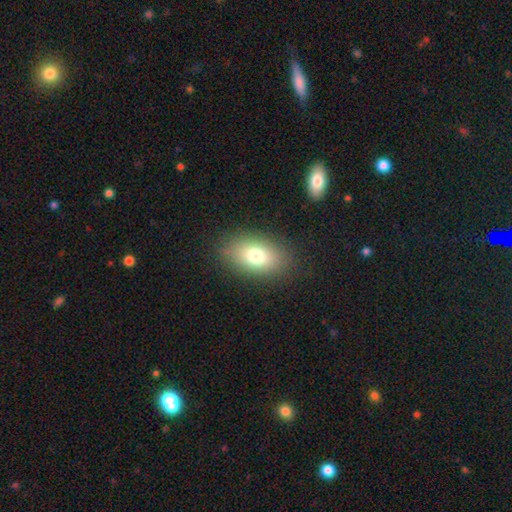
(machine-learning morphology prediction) Smooth or featured? smooth (75%)
How rounded? in between (85%)
Merging? none (85%)